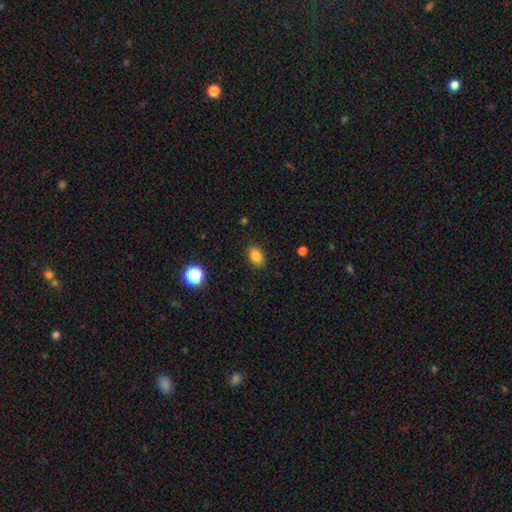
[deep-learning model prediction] This appears to be a smooth galaxy with no disk features (83%) that is in between round and cigar-shaped (80%). Merging: none (86%).